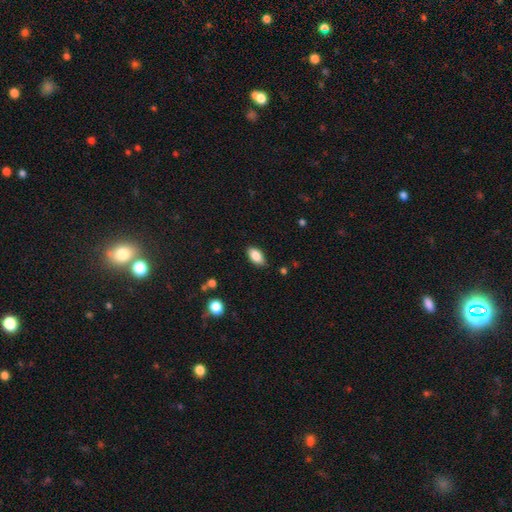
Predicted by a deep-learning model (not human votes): Smooth or featured? smooth (85%)
How rounded? in between (91%)
Merging? none (84%)